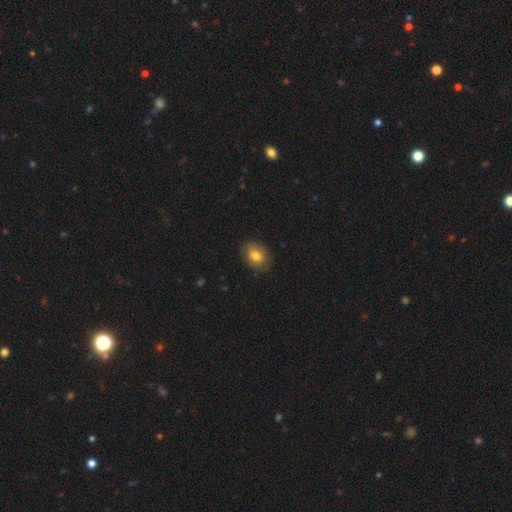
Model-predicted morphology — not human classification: Smooth or featured? smooth (80%)
How rounded? in between (67%)
Merging? none (85%)